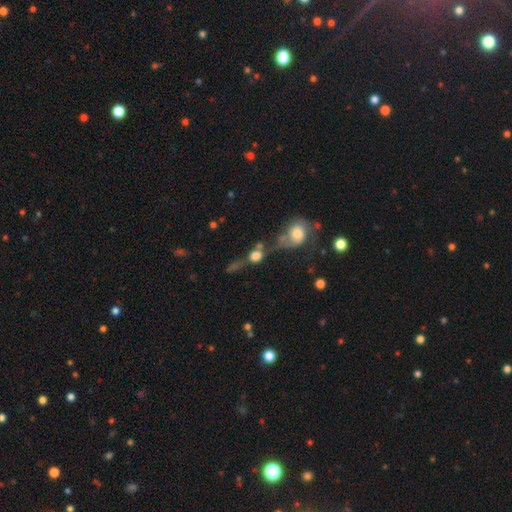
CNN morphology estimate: The model was most divided on "merging": merger: 44%, none: 30%, major disturbance: 14%, minor disturbance: 12%. More confident: how rounded — round (61%); smooth or featured — smooth (55%).